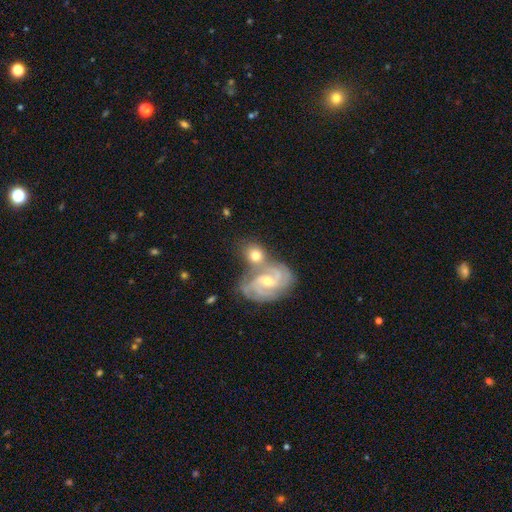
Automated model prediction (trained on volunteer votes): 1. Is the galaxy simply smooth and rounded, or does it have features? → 54% featured or disk, 39% smooth, 8% star or artifact.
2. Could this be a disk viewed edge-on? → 96% no, 4% yes.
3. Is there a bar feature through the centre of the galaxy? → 46% weak, 43% no, 12% strong.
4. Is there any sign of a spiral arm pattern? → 92% yes, 8% no.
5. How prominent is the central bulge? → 57% moderate, 37% small, 4% large, 1% none, 1% dominant.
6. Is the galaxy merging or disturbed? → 47% none, 37% merger, 12% minor disturbance, 4% major disturbance.